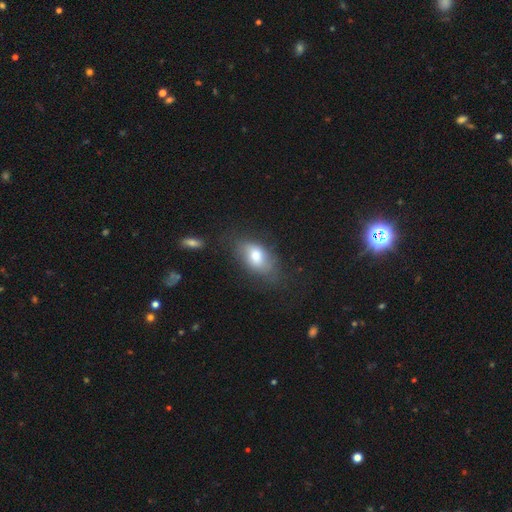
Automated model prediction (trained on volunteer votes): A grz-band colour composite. It shows a smooth galaxy with no disk features (75%) that is in between round and cigar-shaped (89%). Merging: none (60%).